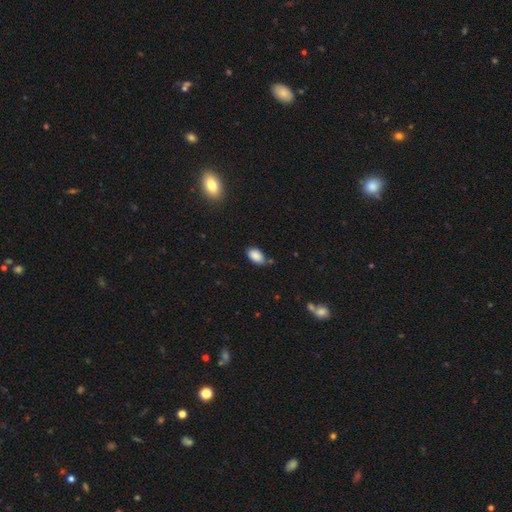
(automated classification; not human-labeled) Smooth or featured? smooth (88%)
How rounded? in between (93%)
Merging? none (69%)